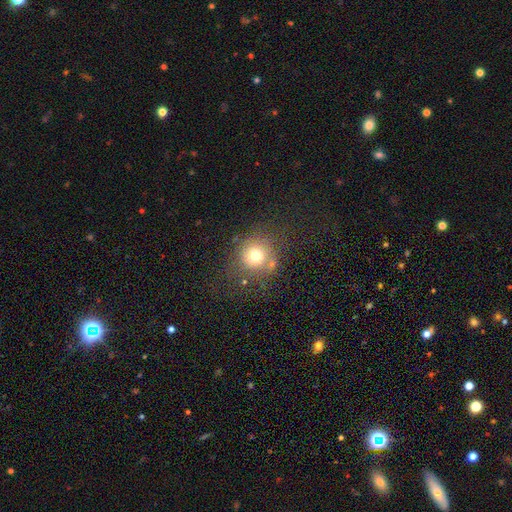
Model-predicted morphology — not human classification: type=smooth (71%); roundness=round (91%); merging=none (69%).